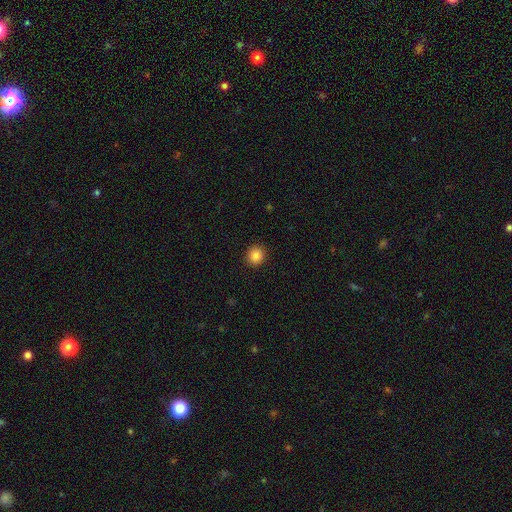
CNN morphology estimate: smooth-or-featured: smooth: 85% | star or artifact: 10% | featured or disk: 5%
  how-rounded: round: 90% | in between: 9% | cigar-shaped: 1%
  merging: none: 92% | minor disturbance: 6% | major disturbance: 2% | merger: 1%